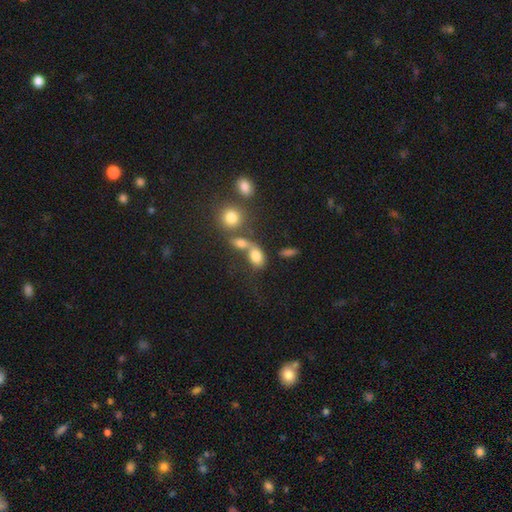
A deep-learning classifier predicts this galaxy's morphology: Smooth or featured?
  - smooth: 75% *
  - star or artifact: 13%
  - featured or disk: 12%
How rounded?
  - in between: 76% *
  - round: 20%
  - cigar-shaped: 3%
Merging?
  - merger: 50% *
  - none: 28%
  - minor disturbance: 11%
  - major disturbance: 11%